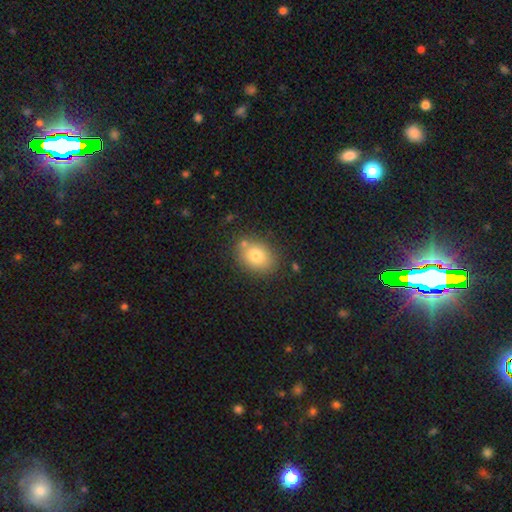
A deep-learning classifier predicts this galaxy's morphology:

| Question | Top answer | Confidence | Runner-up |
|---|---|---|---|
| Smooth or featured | smooth | 77% | featured or disk (12%) |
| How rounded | in between | 58% | round (41%) |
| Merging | none | 76% | minor disturbance (14%) |